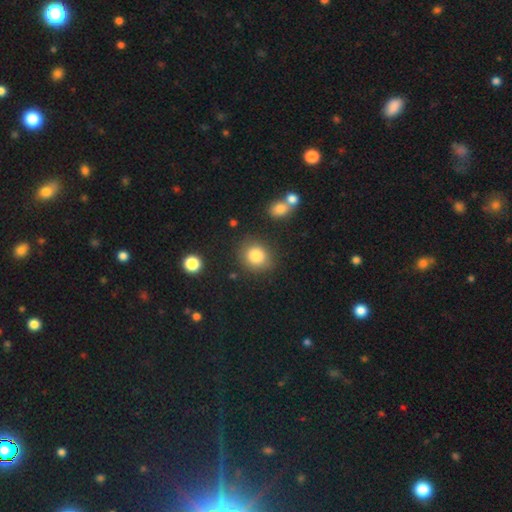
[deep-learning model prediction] A smooth galaxy with no disk features (83%) that is round (81%). Merging: none (82%).